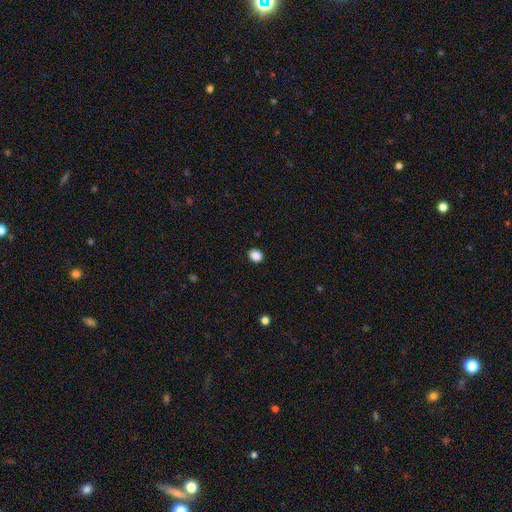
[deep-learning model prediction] This appears to be a smooth galaxy with no disk features (88%) that is round (59%). Merging: none (91%).